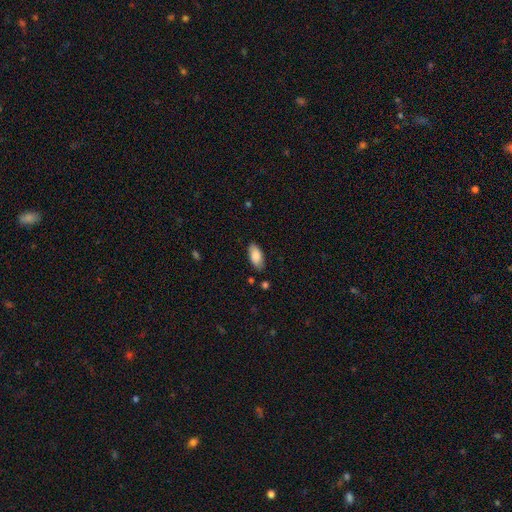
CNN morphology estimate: Smooth or featured? Predicted: smooth (p=0.86). How rounded? Predicted: in between (p=0.90). Merging? Predicted: none (p=0.83).